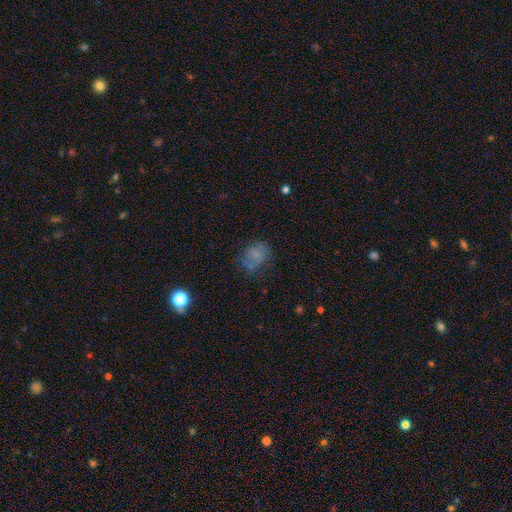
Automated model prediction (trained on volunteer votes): The model was most divided on "how rounded": round: 50%, in between: 49%, cigar-shaped: 1%. More confident: smooth or featured — smooth (61%); merging — none (57%).